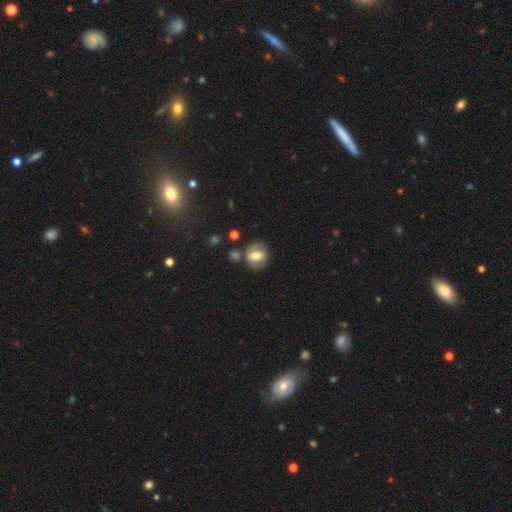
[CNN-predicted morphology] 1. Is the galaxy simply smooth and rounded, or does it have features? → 62% smooth, 29% featured or disk, 9% star or artifact.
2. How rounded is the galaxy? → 59% round, 40% in between, 1% cigar-shaped.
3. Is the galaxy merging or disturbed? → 66% none, 18% minor disturbance, 11% merger, 6% major disturbance.